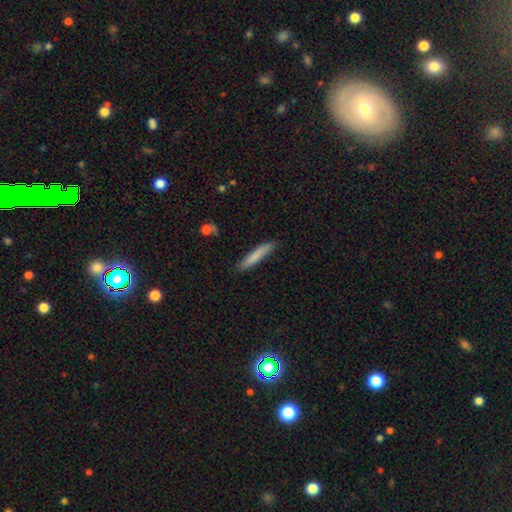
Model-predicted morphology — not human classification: Smooth or featured? Predicted: smooth (p=0.79). How rounded? Predicted: cigar-shaped (p=0.93). Merging? Predicted: none (p=0.87).